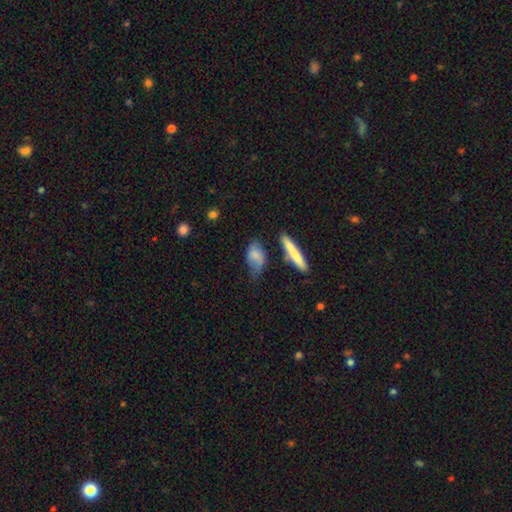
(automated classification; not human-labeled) A smooth galaxy with no disk features (72%) that is in between round and cigar-shaped (78%). Merging: none (48%).